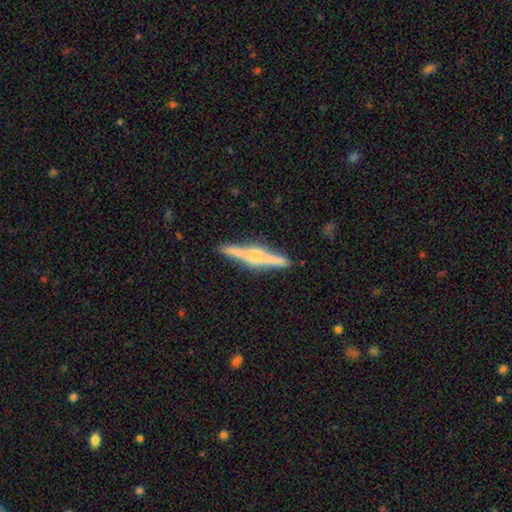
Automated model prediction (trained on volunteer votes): A featured or disk galaxy (73%) viewed edge-on (98%) with a rounded central bulge (83%). Merging: none (89%).